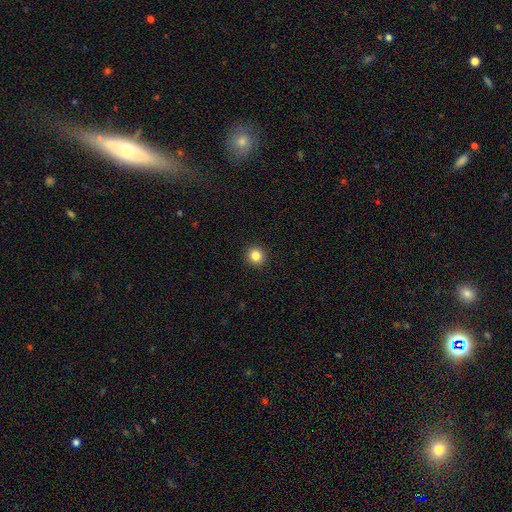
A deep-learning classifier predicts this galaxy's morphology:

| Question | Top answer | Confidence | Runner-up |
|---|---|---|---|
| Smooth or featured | smooth | 84% | star or artifact (11%) |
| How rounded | round | 92% | in between (7%) |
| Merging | none | 93% | minor disturbance (4%) |